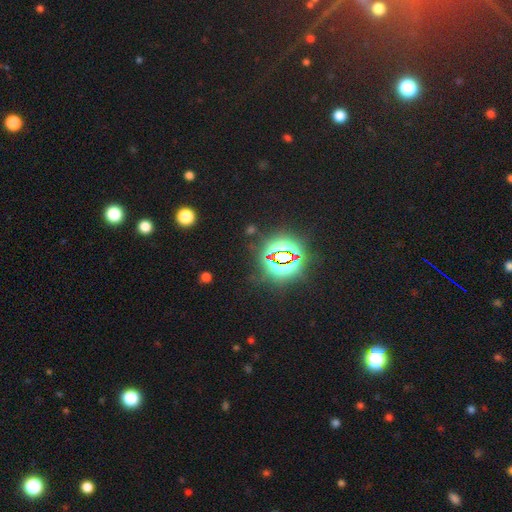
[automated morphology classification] This appears to be a star or artifact, not a galaxy (81%).